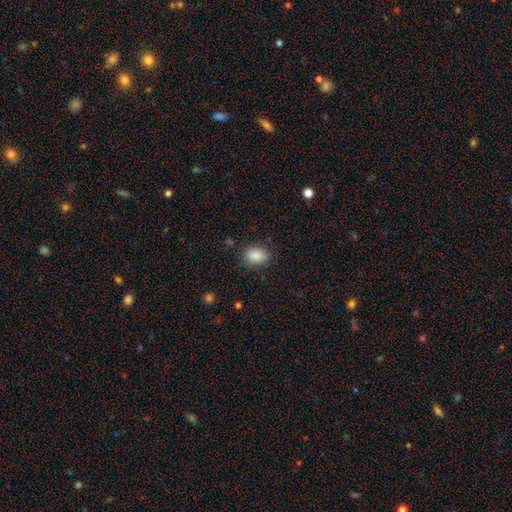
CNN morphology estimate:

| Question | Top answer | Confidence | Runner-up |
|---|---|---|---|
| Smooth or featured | smooth | 86% | star or artifact (8%) |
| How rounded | in between | 78% | round (20%) |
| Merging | none | 80% | minor disturbance (14%) |